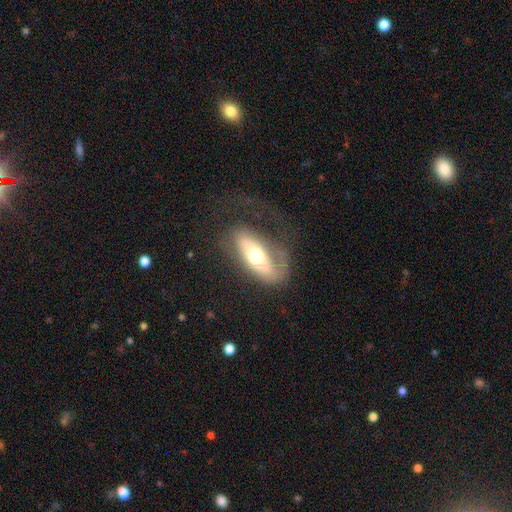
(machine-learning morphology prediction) Smooth or featured: featured or disk — 48% (smooth — 46%)
Merging: none — 44% (major disturbance — 32%)